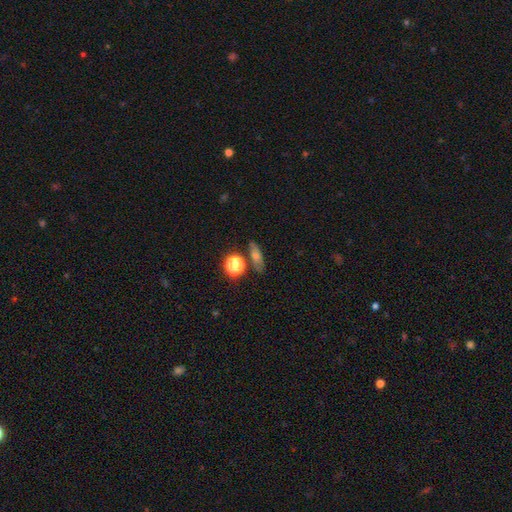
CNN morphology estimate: smooth-or-featured: smooth: 46% | star or artifact: 29% | featured or disk: 25%
  merging: none: 77% | minor disturbance: 11% | merger: 7% | major disturbance: 4%